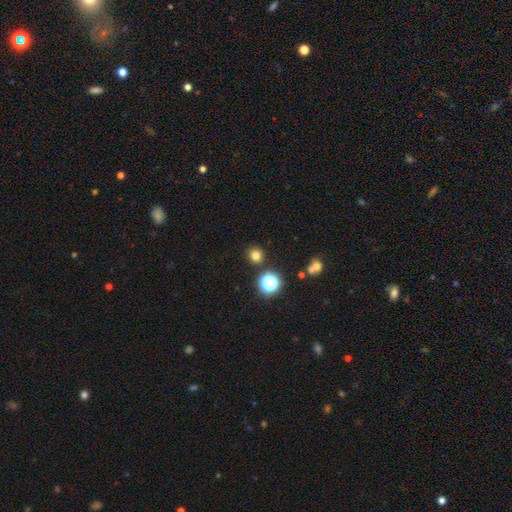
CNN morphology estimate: Overall: smooth (76%). How rounded: round (91%). Merging: none (88%).